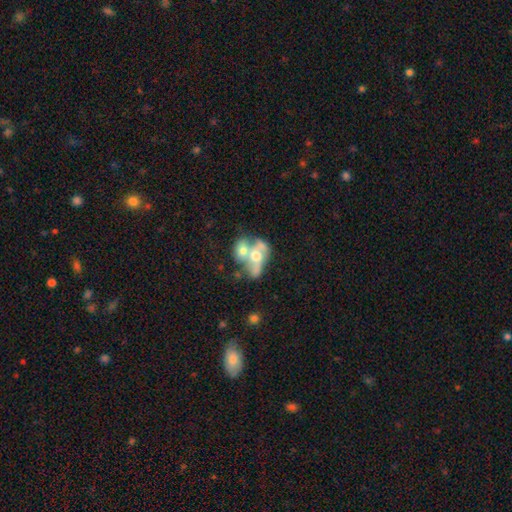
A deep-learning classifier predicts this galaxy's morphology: Smooth or featured? featured or disk (52%)
Edge-on disk? no (95%)
Merging? merger (74%)